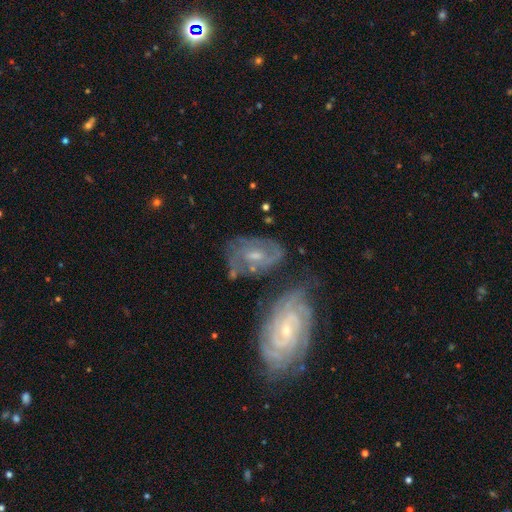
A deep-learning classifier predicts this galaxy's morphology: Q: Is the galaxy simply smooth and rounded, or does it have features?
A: featured or disk — 77%.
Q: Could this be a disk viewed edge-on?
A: no — 95%.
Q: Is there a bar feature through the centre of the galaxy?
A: weak — 48%.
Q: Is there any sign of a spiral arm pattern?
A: yes — 89%.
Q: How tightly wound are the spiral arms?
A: tight — 52%.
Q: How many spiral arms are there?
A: can't tell — 37%.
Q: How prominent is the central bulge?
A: small — 58%.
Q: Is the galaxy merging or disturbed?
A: none — 51%.